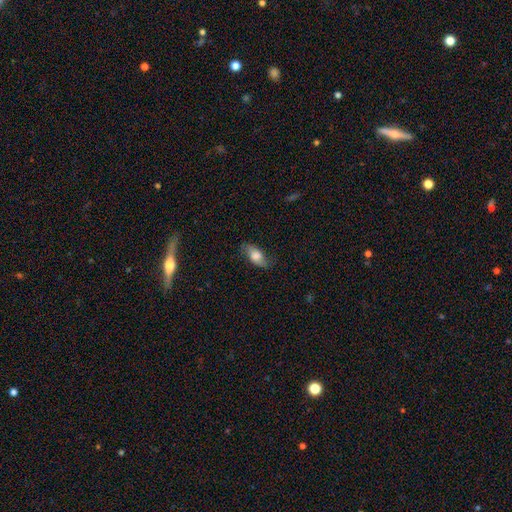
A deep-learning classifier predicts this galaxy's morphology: smooth 63%, featured or disk 30%, star or artifact 8%. Down the decision tree: how rounded — in between (87%); merging — none (72%).